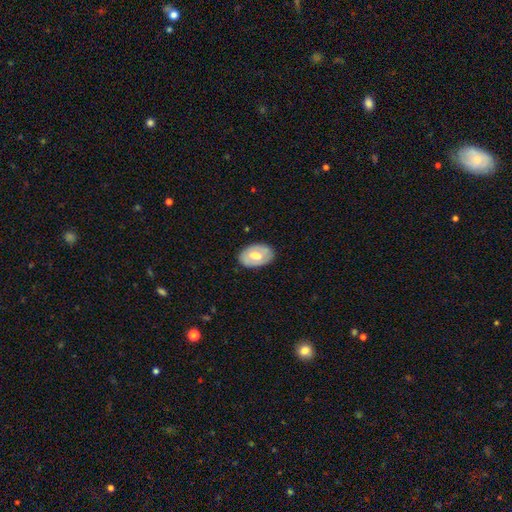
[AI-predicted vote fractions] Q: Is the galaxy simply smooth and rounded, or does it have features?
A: smooth — 53%.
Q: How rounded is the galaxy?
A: in between — 89%.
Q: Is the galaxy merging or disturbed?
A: none — 83%.